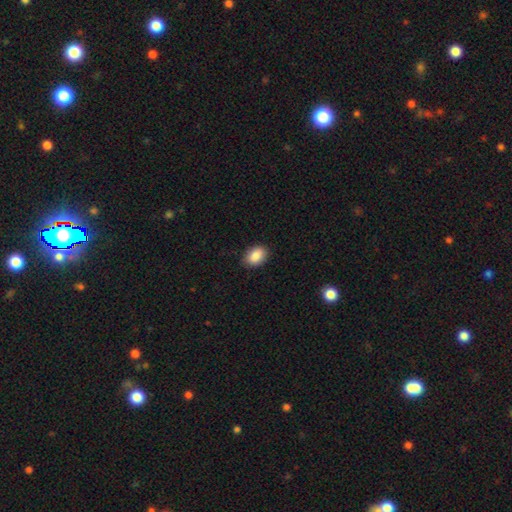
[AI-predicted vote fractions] smooth 88%, star or artifact 7%, featured or disk 5%. Down the decision tree: how rounded — in between (85%); merging — none (86%).